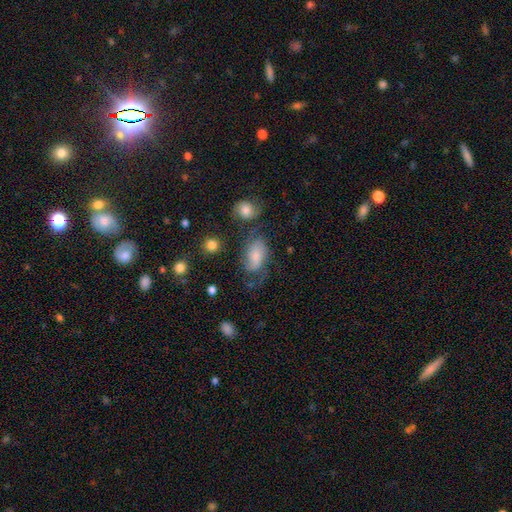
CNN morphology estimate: Smooth or featured: smooth — 51% (featured or disk — 39%)
How rounded: in between — 87% (round — 11%)
Merging: none — 45% (minor disturbance — 26%)